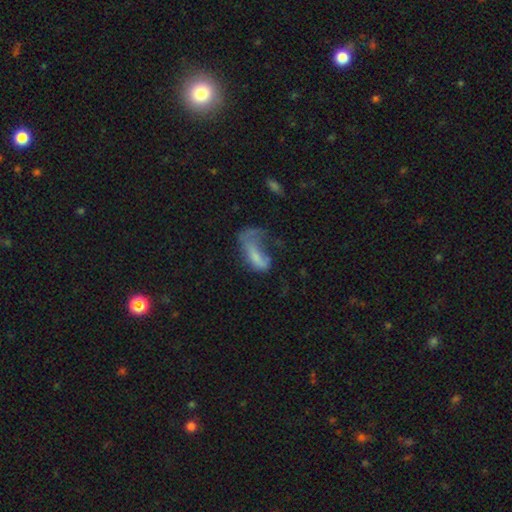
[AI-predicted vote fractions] smooth-or-featured: smooth: 52% | featured or disk: 36% | star or artifact: 12%
  how-rounded: in between: 74% | cigar-shaped: 22% | round: 4%
  merging: major disturbance: 56% | none: 19% | minor disturbance: 17% | merger: 7%